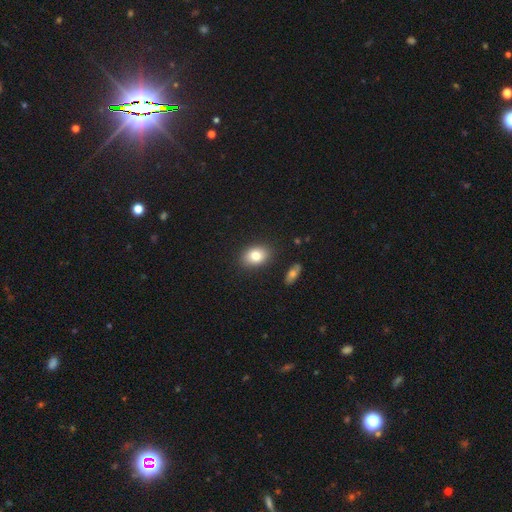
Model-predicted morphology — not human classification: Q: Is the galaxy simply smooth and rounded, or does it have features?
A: smooth — 81%.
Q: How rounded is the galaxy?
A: in between — 76%.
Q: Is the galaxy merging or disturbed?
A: none — 85%.